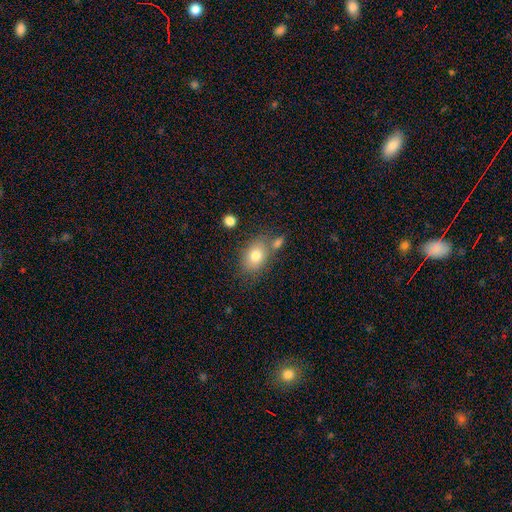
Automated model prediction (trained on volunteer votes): Smooth or featured: smooth — 79% (featured or disk — 12%)
How rounded: in between — 74% (round — 25%)
Merging: none — 64% (merger — 17%)